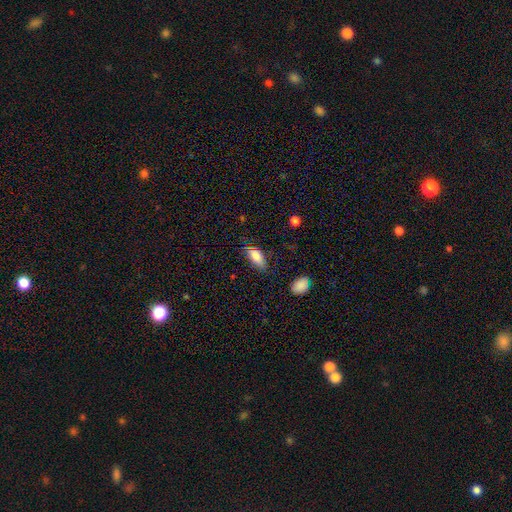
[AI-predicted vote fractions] Smooth or featured? Predicted: smooth (p=0.81). How rounded? Predicted: in between (p=0.85). Merging? Predicted: none (p=0.67).